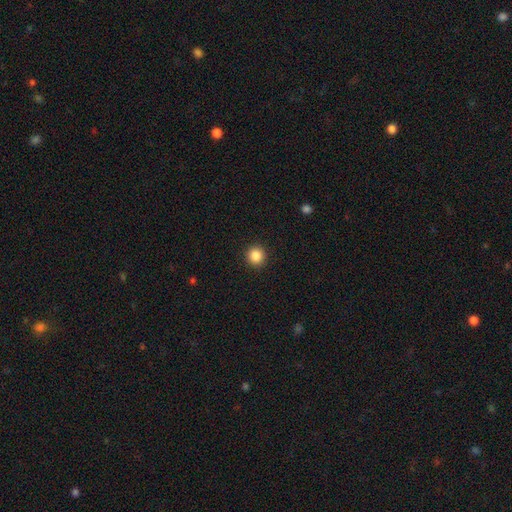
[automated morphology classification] Smooth or featured?
  - smooth: 86% *
  - star or artifact: 10%
  - featured or disk: 3%
How rounded?
  - round: 94% *
  - in between: 5%
  - cigar-shaped: 1%
Merging?
  - none: 93% *
  - minor disturbance: 5%
  - major disturbance: 2%
  - merger: 1%